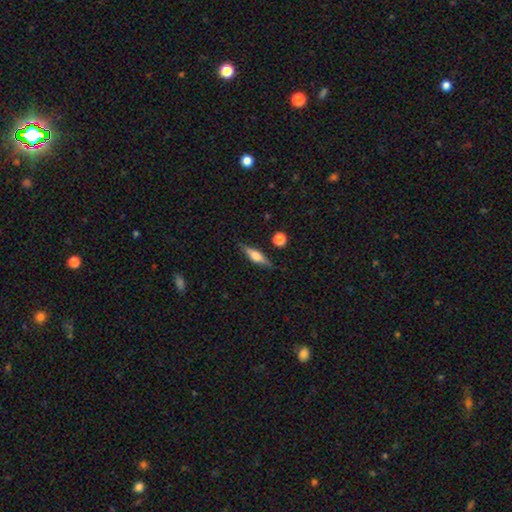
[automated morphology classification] Q: Smooth or featured?
A: featured or disk (51%); runner-up: smooth (42%)
Q: Edge-on disk?
A: yes (95%); runner-up: no (5%)
Q: Merging?
A: none (86%); runner-up: minor disturbance (10%)